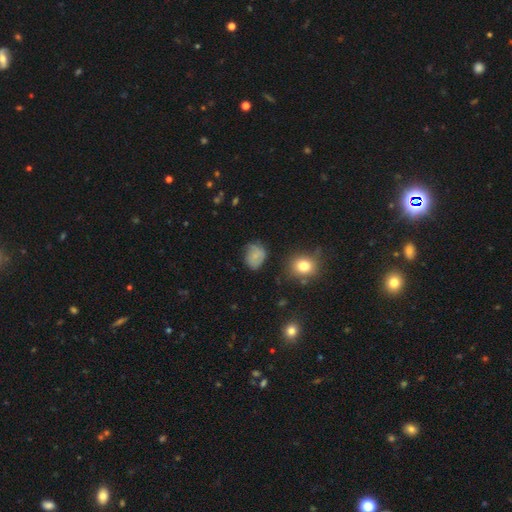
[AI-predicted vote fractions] This is likely a smooth galaxy (63%). How rounded: possibly in between (50%). Merging: possibly none (57%).